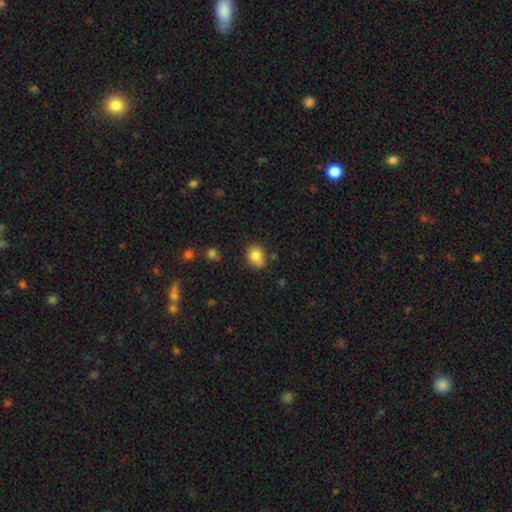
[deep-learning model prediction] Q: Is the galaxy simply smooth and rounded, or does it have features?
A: smooth — 82%.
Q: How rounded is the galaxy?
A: in between — 56%.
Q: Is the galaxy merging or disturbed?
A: none — 73%.